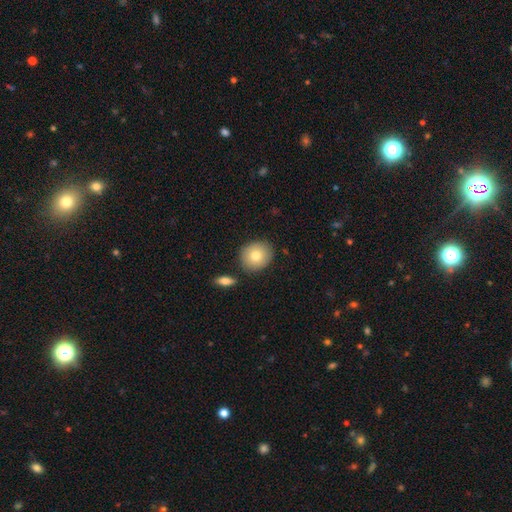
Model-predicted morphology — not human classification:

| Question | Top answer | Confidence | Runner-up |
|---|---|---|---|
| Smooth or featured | smooth | 78% | featured or disk (14%) |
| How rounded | round | 71% | in between (28%) |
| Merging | none | 81% | minor disturbance (10%) |